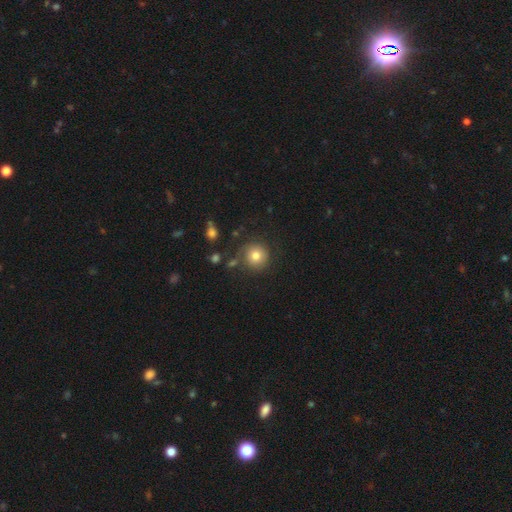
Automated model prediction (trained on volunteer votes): smooth 78%, star or artifact 11%, featured or disk 11%. Down the decision tree: how rounded — round (94%); merging — none (81%).